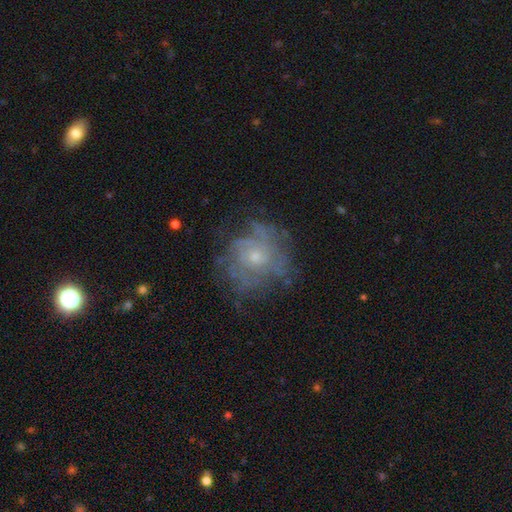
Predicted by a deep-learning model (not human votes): A featured or disk galaxy (71%) with no bar (82%), tight (56%) spiral arms (75%) and a small central bulge (58%). Merging: none (64%).